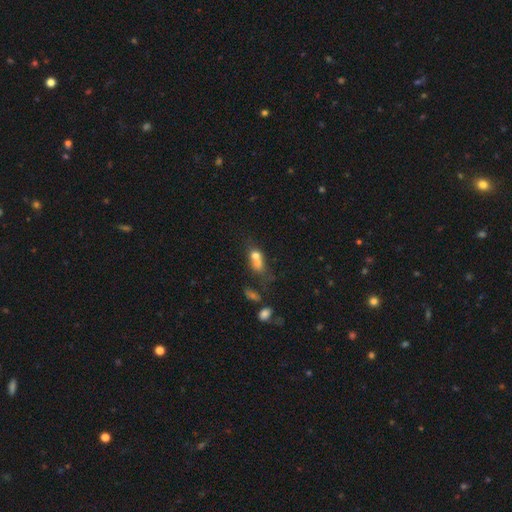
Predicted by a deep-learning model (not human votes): Overall: smooth (65%). How rounded: in between (49%; round 45%). Merging: merger (64%).